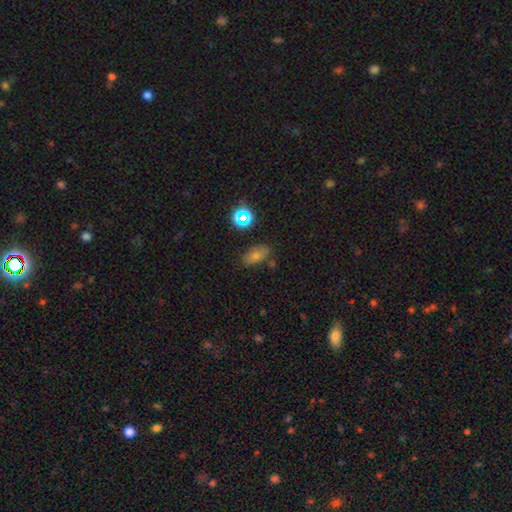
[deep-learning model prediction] Morphology: type=smooth (62%); roundness=in between (80%); merging=none (76%).